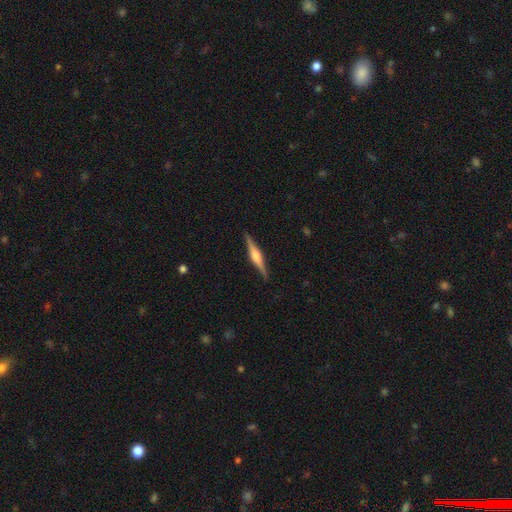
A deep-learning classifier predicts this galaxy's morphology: Overall: featured or disk (77%). Edge-on disk: yes (98%). Edge-on bulge: rounded (80%). Merging: none (91%).